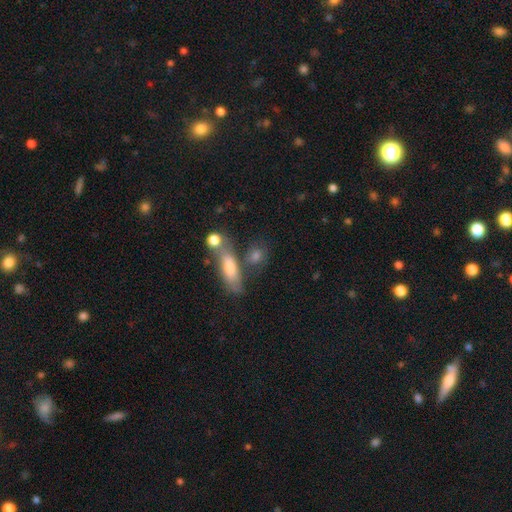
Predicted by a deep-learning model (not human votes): smooth_or_featured: smooth (p=0.69) [alt: featured or disk p=0.19]
how_rounded: in between (p=0.48) [alt: round p=0.28]
merging: none (p=0.53) [alt: merger p=0.25]